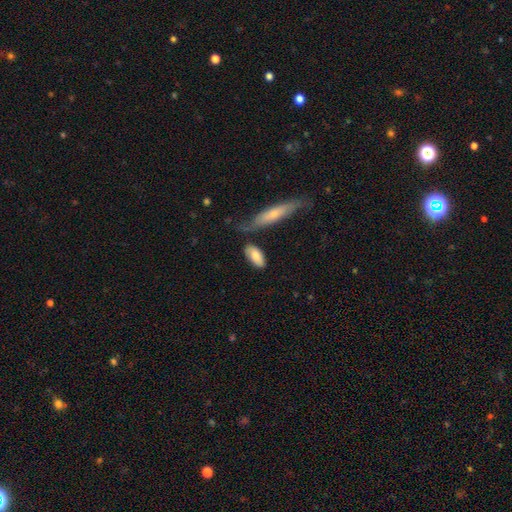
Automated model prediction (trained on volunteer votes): Smooth or featured? smooth (79%)
How rounded? in between (88%)
Merging? none (62%)